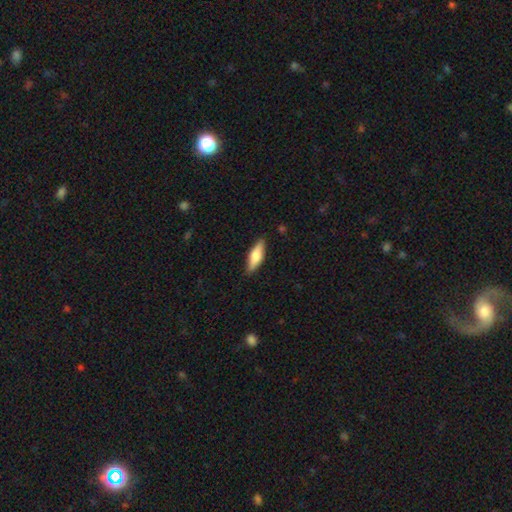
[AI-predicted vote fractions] smooth-or-featured: smooth: 66% | featured or disk: 28% | star or artifact: 6%
  how-rounded: in between: 56% | cigar-shaped: 42% | round: 2%
  merging: none: 86% | minor disturbance: 11% | major disturbance: 2% | merger: 1%